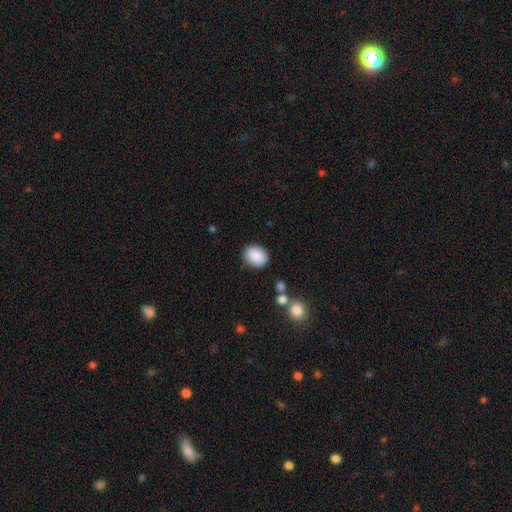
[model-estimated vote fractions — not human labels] A smooth galaxy with no disk features (88%) that is in between round and cigar-shaped (51%).

Vote fractions:
- Smooth or featured? smooth: 88% / star or artifact: 8% / featured or disk: 4%
- How rounded? in between: 51% / round: 48% / cigar-shaped: 1%
- Merging? none: 85% / minor disturbance: 10% / major disturbance: 3% / merger: 2%